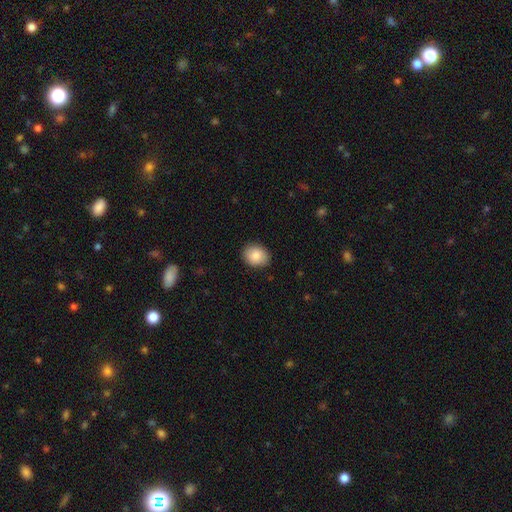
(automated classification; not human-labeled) Morphology: type=smooth (87%); roundness=round (56%); merging=none (88%).